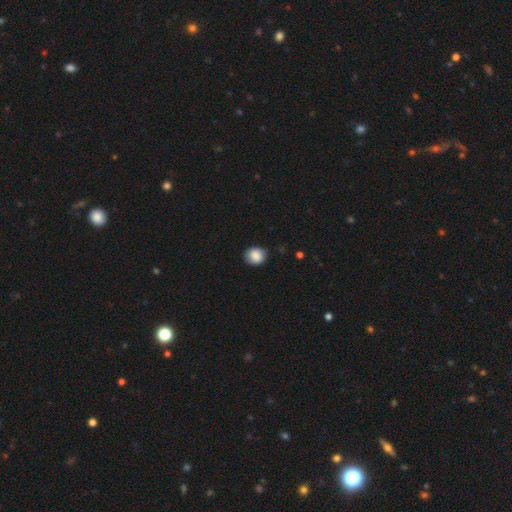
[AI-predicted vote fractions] Smooth or featured?
  - smooth: 86% *
  - star or artifact: 8%
  - featured or disk: 6%
How rounded?
  - round: 69% *
  - in between: 30%
  - cigar-shaped: 1%
Merging?
  - none: 82% *
  - minor disturbance: 14%
  - major disturbance: 3%
  - merger: 1%